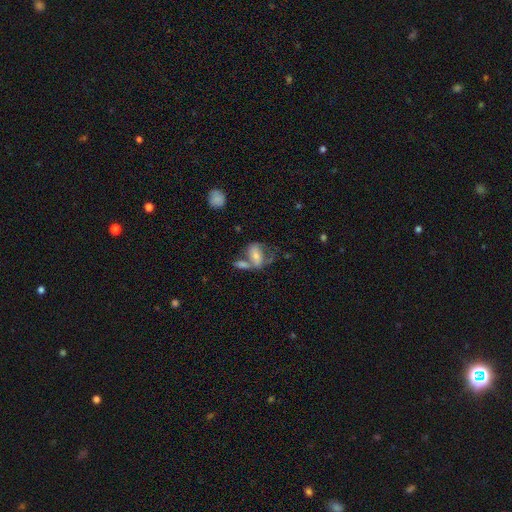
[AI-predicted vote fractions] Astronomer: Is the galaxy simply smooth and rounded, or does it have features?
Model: smooth — 48% (runner-up: featured or disk, 42%).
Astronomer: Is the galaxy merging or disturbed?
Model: merger — 42% (runner-up: none, 29%).